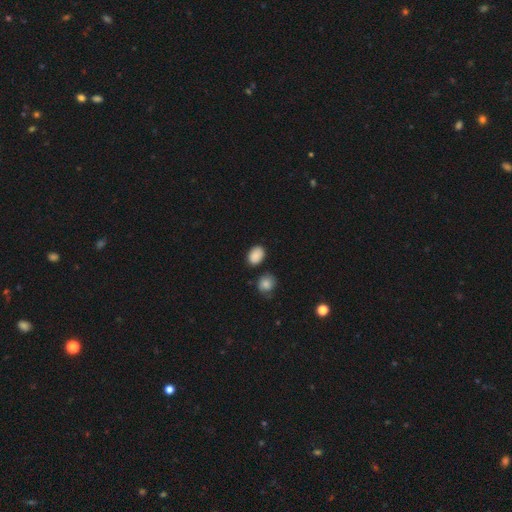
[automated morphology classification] This appears to be a smooth galaxy with no disk features (88%) that is in between round and cigar-shaped (77%). Merging: none (80%).